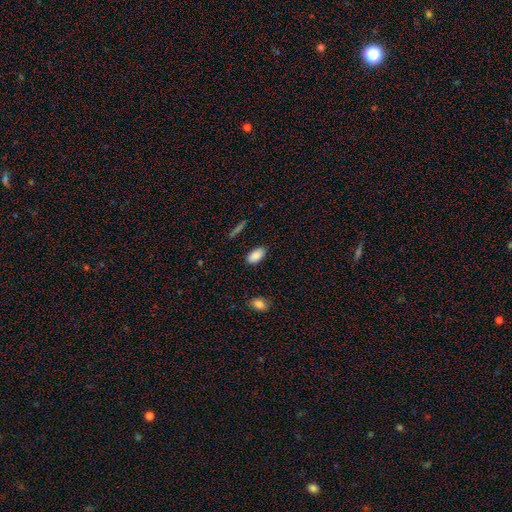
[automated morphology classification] smooth_or_featured: smooth (p=0.86) [alt: star or artifact p=0.07]
how_rounded: in between (p=0.94) [alt: cigar-shaped p=0.03]
merging: none (p=0.86) [alt: minor disturbance p=0.10]